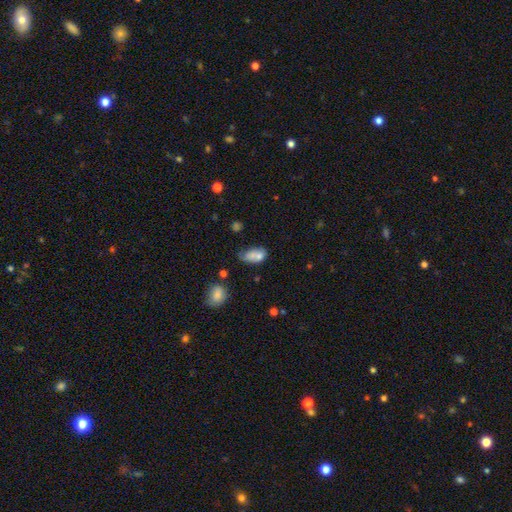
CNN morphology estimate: Q: Smooth or featured?
A: smooth (71%); runner-up: featured or disk (19%)
Q: How rounded?
A: in between (85%); runner-up: round (10%)
Q: Merging?
A: merger (29%); tied with: none (29%)